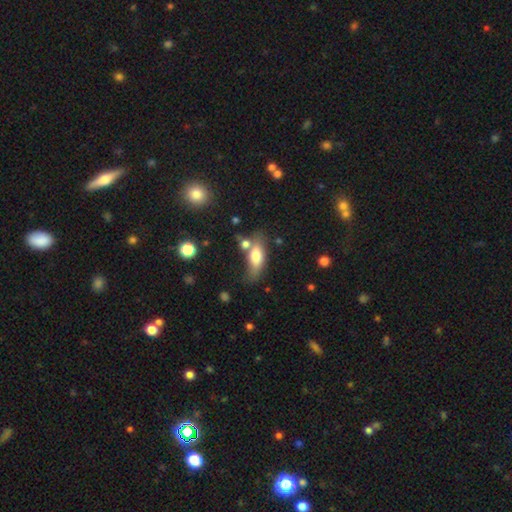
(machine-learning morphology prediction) A smooth galaxy with no disk features (72%) that is in between round and cigar-shaped (73%). Merging: none (54%).